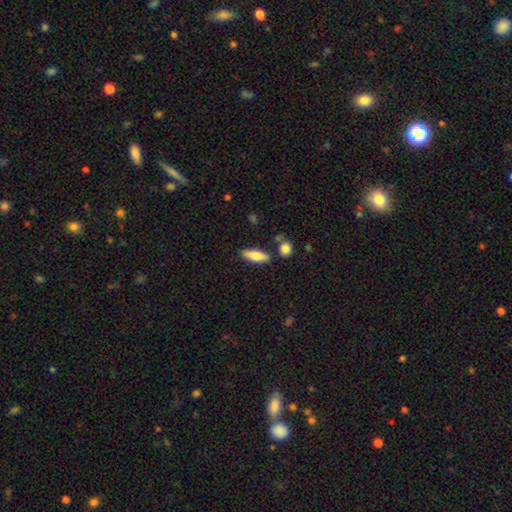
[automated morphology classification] Smooth or featured: smooth — 70% (featured or disk — 24%)
How rounded: in between — 61% (cigar-shaped — 37%)
Merging: none — 82% (minor disturbance — 10%)